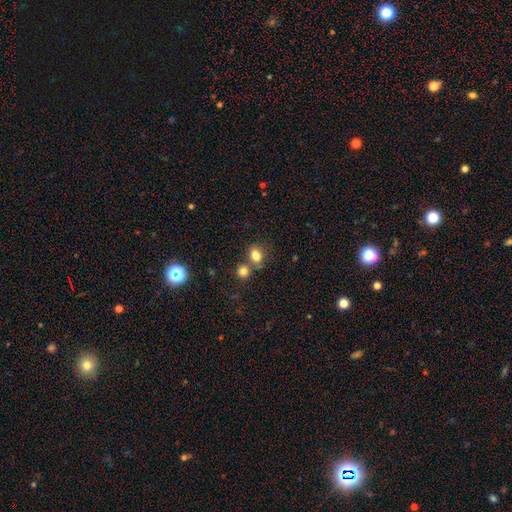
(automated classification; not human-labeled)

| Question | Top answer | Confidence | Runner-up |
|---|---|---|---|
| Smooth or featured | smooth | 80% | star or artifact (12%) |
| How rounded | round | 52% | in between (47%) |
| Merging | none | 57% | merger (28%) |